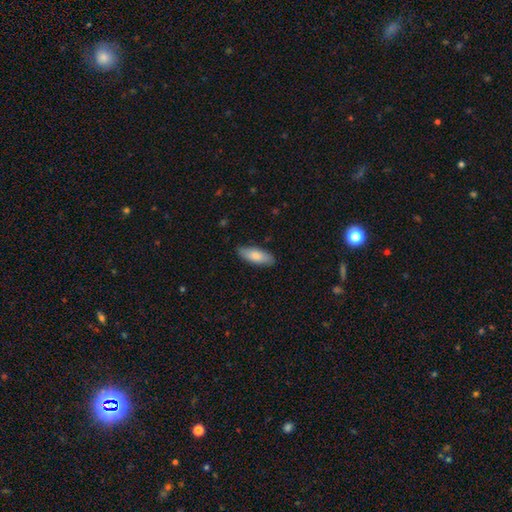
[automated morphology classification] Smooth or featured: smooth — 81% (featured or disk — 13%)
How rounded: in between — 72% (cigar-shaped — 26%)
Merging: none — 85% (minor disturbance — 12%)